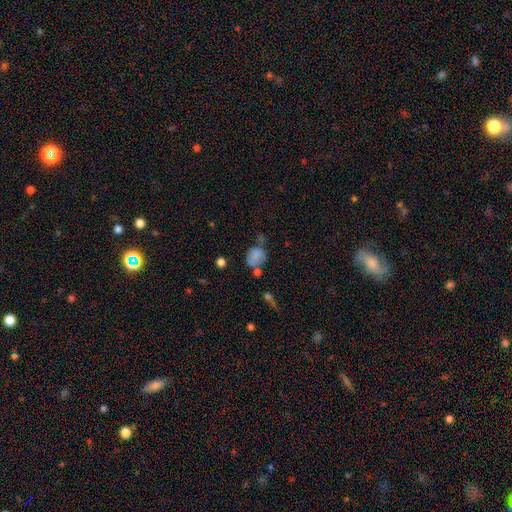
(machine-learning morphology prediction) smooth_or_featured: smooth (p=0.76) [alt: featured or disk p=0.12]
how_rounded: round (p=0.54) [alt: in between p=0.45]
merging: none (p=0.44) [alt: minor disturbance p=0.25]